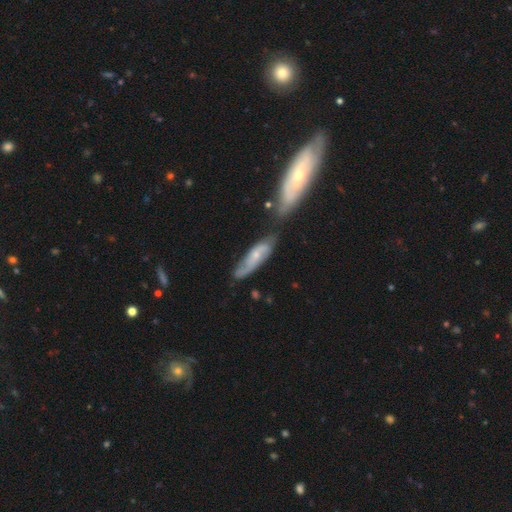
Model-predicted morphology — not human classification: smooth-or-featured: featured or disk: 65% | smooth: 29% | star or artifact: 6%
  disk-edge-on: no: 82% | yes: 18%
    bar: no: 64% | weak: 30% | strong: 6%
    has-spiral-arms: yes: 87% | no: 13%
    bulge-size: small: 60% | moderate: 32% | none: 5% | large: 2% | dominant: 1%
  merging: none: 48% | minor disturbance: 22% | merger: 21% | major disturbance: 8%